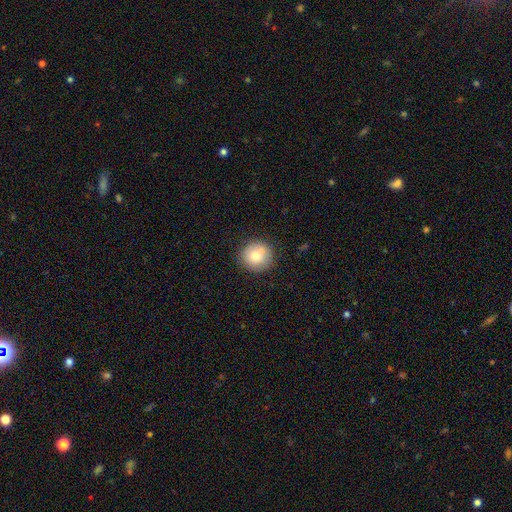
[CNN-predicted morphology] The model was most divided on "smooth or featured": smooth: 76%, featured or disk: 15%, star or artifact: 9%. More confident: how rounded — round (92%); merging — none (84%).